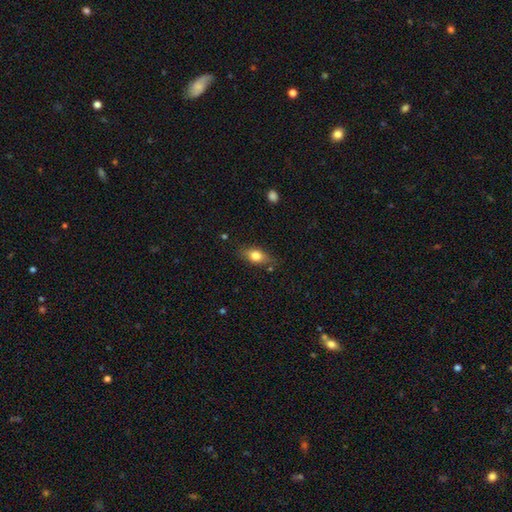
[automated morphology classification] The model was most divided on "smooth or featured": smooth: 73%, featured or disk: 19%, star or artifact: 8%. More confident: merging — none (78%); how rounded — in between (77%).